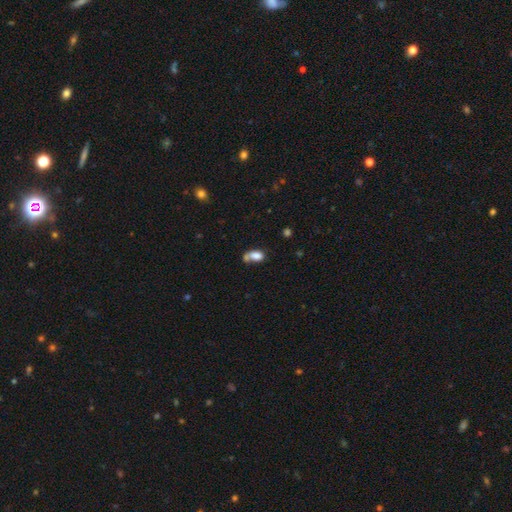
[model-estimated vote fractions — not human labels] smooth 79%, featured or disk 11%, star or artifact 10%. Down the decision tree: how rounded — in between (85%); merging — merger (43%).